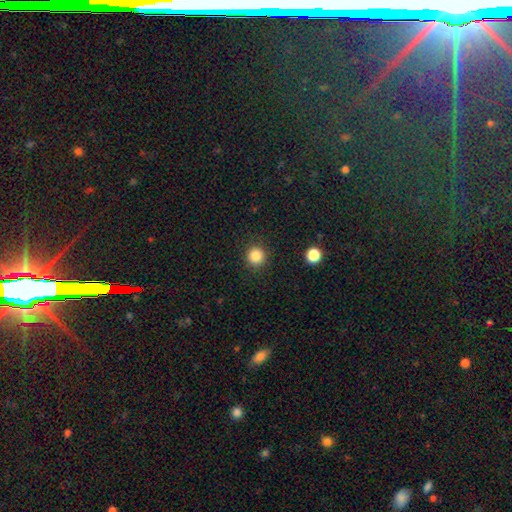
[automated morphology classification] smooth_or_featured: smooth (p=0.85) [alt: star or artifact p=0.11]
how_rounded: round (p=0.94) [alt: in between p=0.05]
merging: none (p=0.91) [alt: minor disturbance p=0.06]